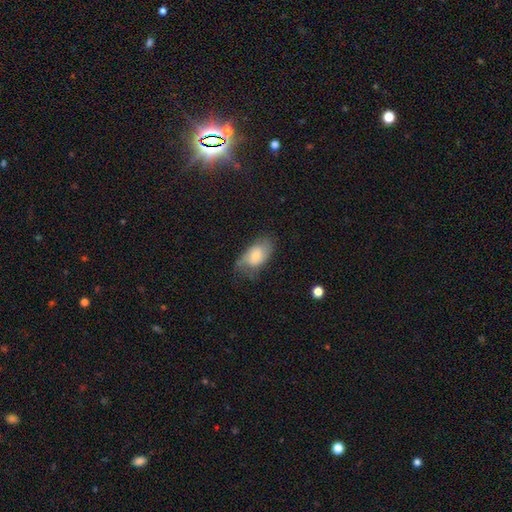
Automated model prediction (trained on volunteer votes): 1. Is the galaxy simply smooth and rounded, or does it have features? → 58% smooth, 35% featured or disk, 7% star or artifact.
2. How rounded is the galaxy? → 91% in between, 6% round, 3% cigar-shaped.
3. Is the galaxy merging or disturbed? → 52% none, 31% minor disturbance, 15% major disturbance, 2% merger.